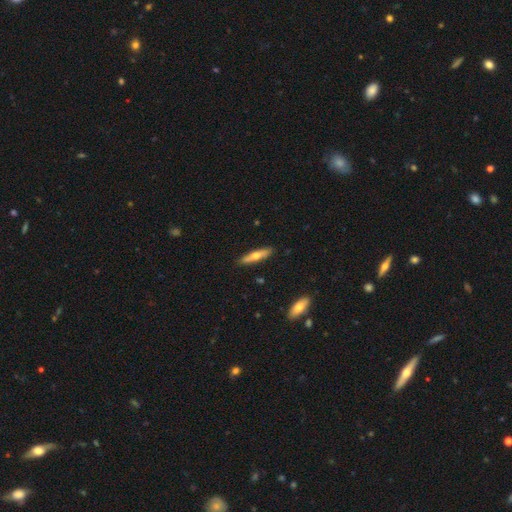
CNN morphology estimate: This is possibly a smooth galaxy (50%). How rounded: clearly cigar-shaped (82%). Merging: clearly none (88%).